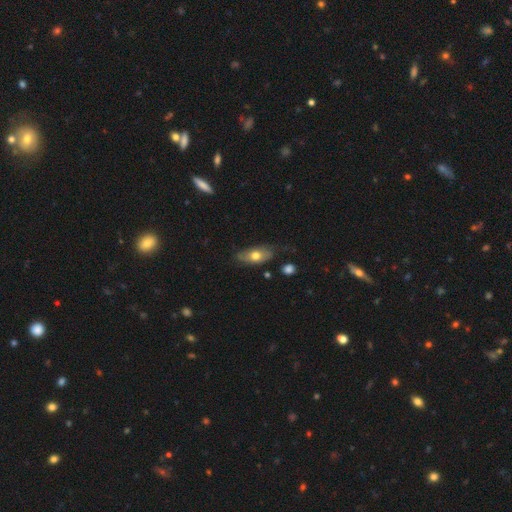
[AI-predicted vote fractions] A smooth galaxy with no disk features (60%) that is in between round and cigar-shaped (83%). Merging: none (64%).